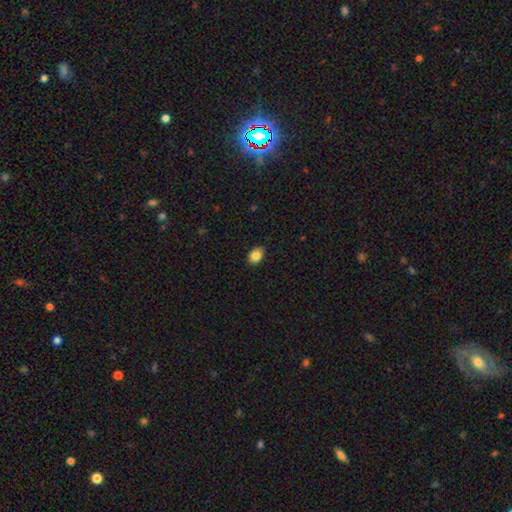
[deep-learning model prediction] This appears to be a smooth galaxy with no disk features (85%) that is in between round and cigar-shaped (75%). Merging: none (84%).